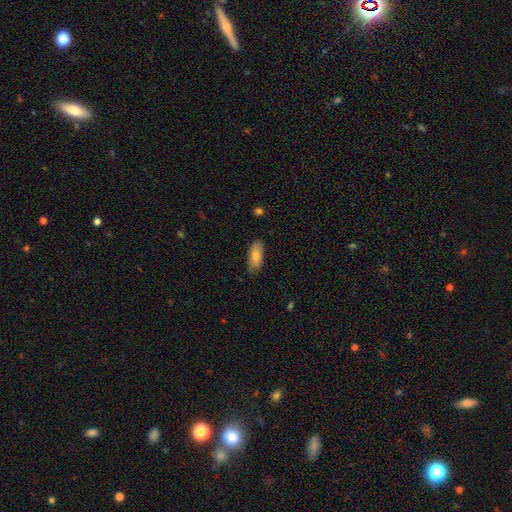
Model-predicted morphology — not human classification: A smooth galaxy with no disk features (71%) that is in between round and cigar-shaped (82%).

Vote fractions:
- Smooth or featured? smooth: 71% / featured or disk: 22% / star or artifact: 7%
- How rounded? in between: 82% / cigar-shaped: 16% / round: 3%
- Merging? none: 83% / minor disturbance: 14% / major disturbance: 2% / merger: 1%